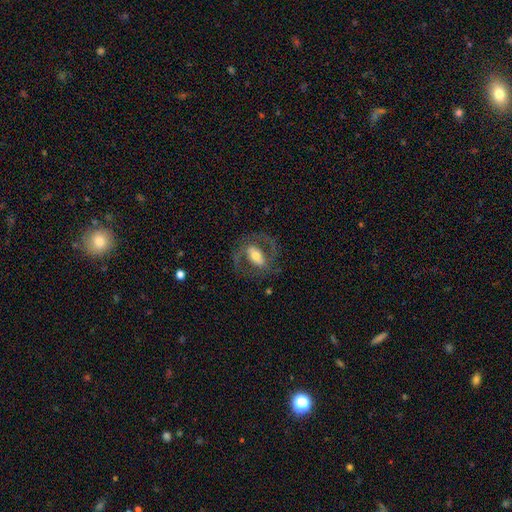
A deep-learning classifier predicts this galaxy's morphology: smooth-or-featured: featured or disk: 69% | smooth: 24% | star or artifact: 6%
  disk-edge-on: no: 93% | yes: 7%
    bar: strong: 44% | weak: 31% | no: 25%
    has-spiral-arms: yes: 71% | no: 29%
    bulge-size: moderate: 60% | small: 20% | large: 16% | dominant: 2% | none: 2%
  merging: none: 70% | major disturbance: 14% | minor disturbance: 14% | merger: 2%